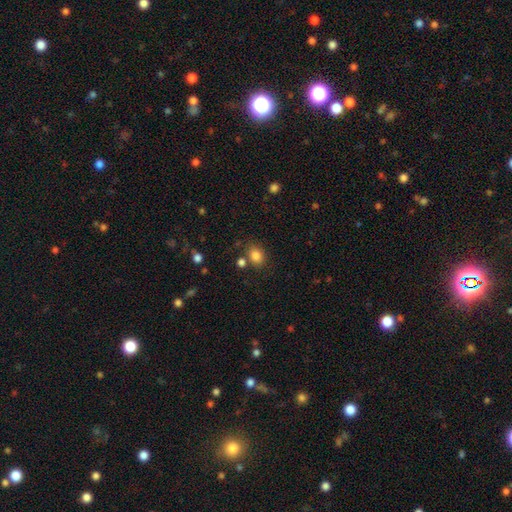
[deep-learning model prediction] smooth-or-featured: smooth: 83% | star or artifact: 11% | featured or disk: 6%
  how-rounded: in between: 52% | round: 47% | cigar-shaped: 1%
  merging: none: 75% | minor disturbance: 12% | merger: 9% | major disturbance: 4%